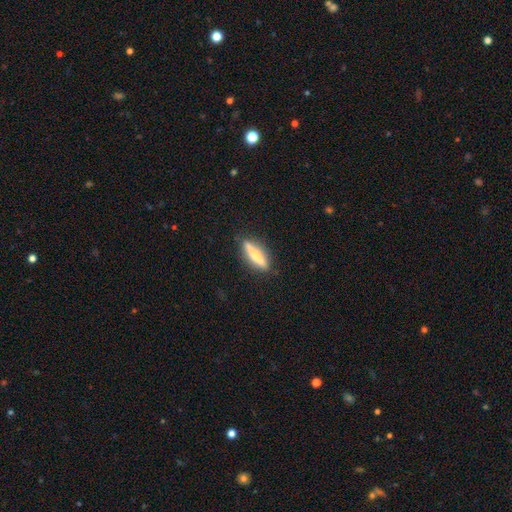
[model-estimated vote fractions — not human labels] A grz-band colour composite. It shows a featured or disk galaxy (48%). Merging: none (84%).